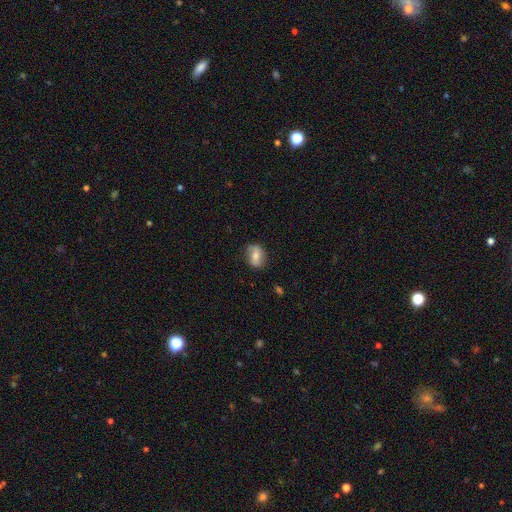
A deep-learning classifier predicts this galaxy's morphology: Smooth or featured? Predicted: smooth (p=0.62). How rounded? Predicted: in between (p=0.72). Merging? Predicted: none (p=0.74).